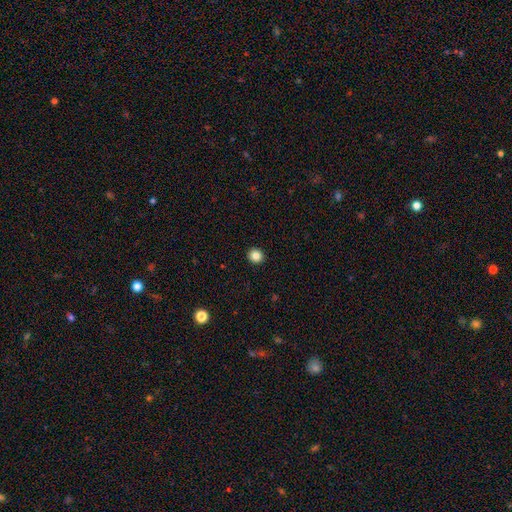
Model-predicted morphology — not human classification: type=smooth (85%); roundness=round (90%); merging=none (93%).